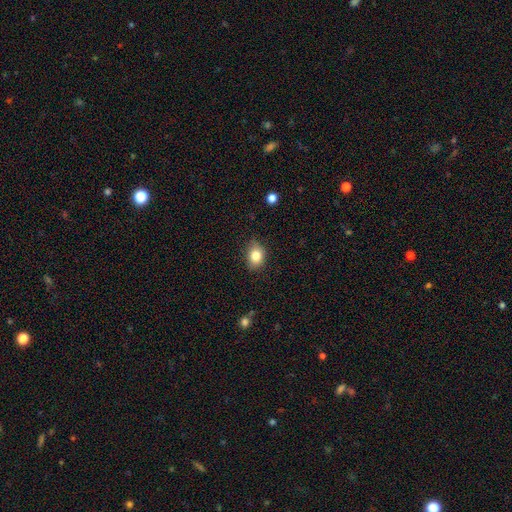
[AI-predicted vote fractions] Q: Smooth or featured?
A: smooth (82%); runner-up: star or artifact (9%)
Q: How rounded?
A: in between (64%); runner-up: round (35%)
Q: Merging?
A: none (79%); runner-up: minor disturbance (17%)